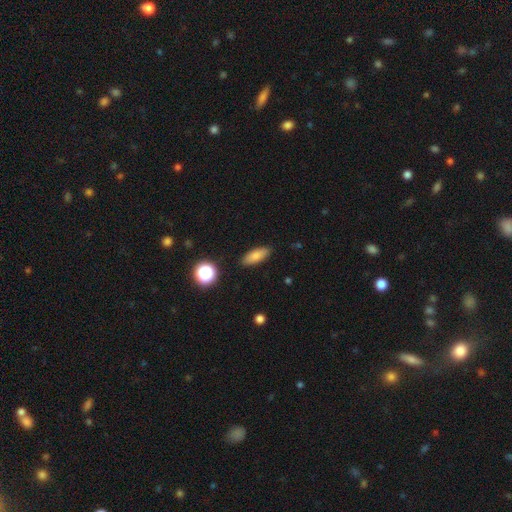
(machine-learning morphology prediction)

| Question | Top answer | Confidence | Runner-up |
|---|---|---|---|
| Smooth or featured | smooth | 81% | featured or disk (10%) |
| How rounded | in between | 70% | cigar-shaped (26%) |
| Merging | none | 88% | minor disturbance (9%) |